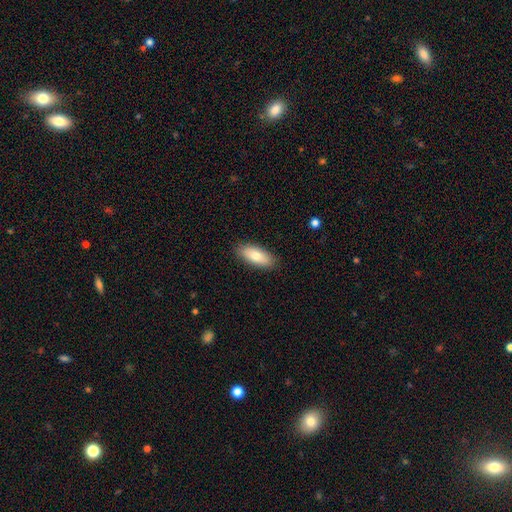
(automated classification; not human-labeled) smooth-or-featured: smooth: 76% | featured or disk: 17% | star or artifact: 6%
  how-rounded: in between: 80% | cigar-shaped: 17% | round: 2%
  merging: none: 88% | minor disturbance: 9% | major disturbance: 2% | merger: 1%